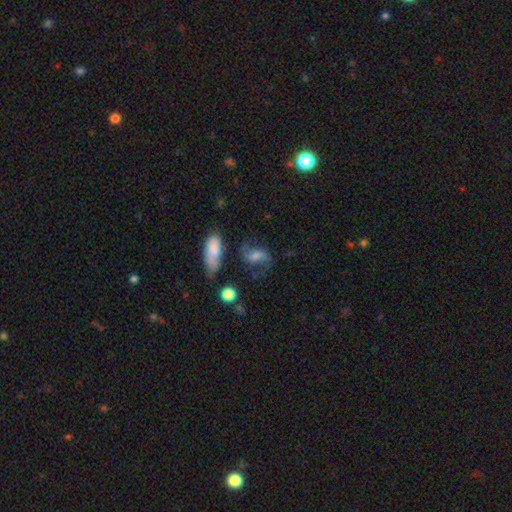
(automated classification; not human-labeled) smooth-or-featured: featured or disk: 67% | smooth: 23% | star or artifact: 10%
  disk-edge-on: no: 95% | yes: 5%
    bar: weak: 45% | no: 34% | strong: 21%
    has-spiral-arms: yes: 92% | no: 8%
      spiral-winding: loose: 63% | medium: 29% | tight: 8%
      spiral-arm-count: 2: 91% | can't tell: 4% | 1: 2% | 3: 1% | 4: 1% | more than 4: 1%
    bulge-size: small: 40% | moderate: 37% | none: 15% | large: 6% | dominant: 2%
  merging: none: 63% | minor disturbance: 20% | major disturbance: 11% | merger: 6%